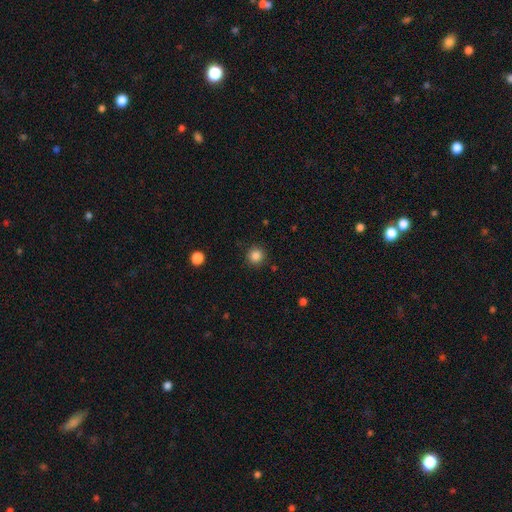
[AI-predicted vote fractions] Smooth or featured? Predicted: smooth (p=0.85). How rounded? Predicted: round (p=0.94). Merging? Predicted: none (p=0.89).